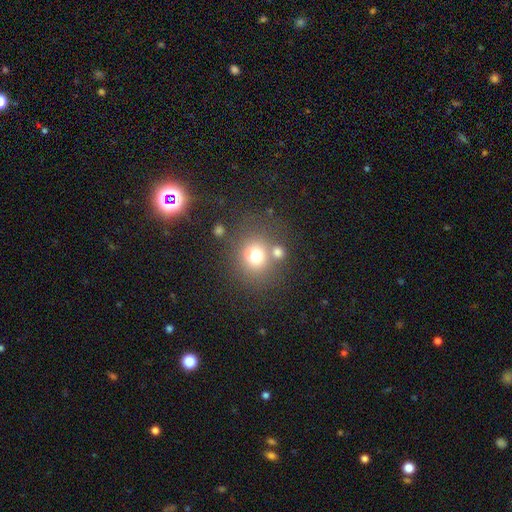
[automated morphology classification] type=smooth (69%); roundness=round (78%); merging=none (58%).